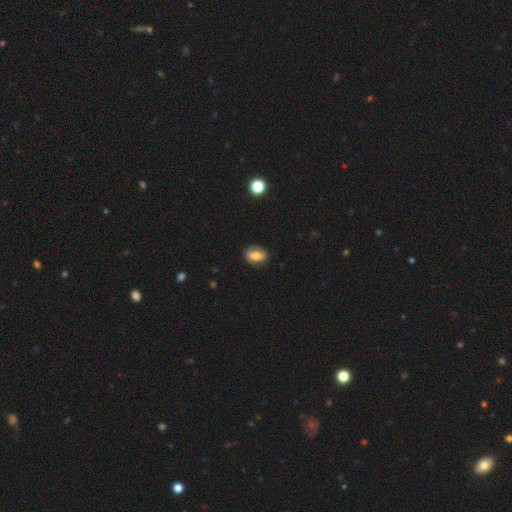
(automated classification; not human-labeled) The model was most divided on "smooth or featured": smooth: 73%, featured or disk: 18%, star or artifact: 9%. More confident: merging — none (82%); how rounded — in between (81%).